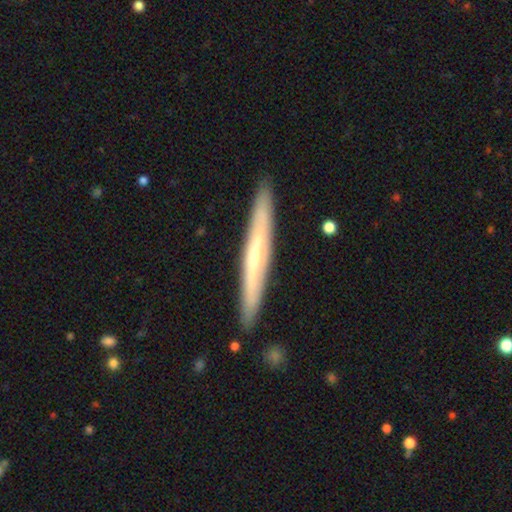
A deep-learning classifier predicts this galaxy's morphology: A featured or disk galaxy (58%) viewed edge-on (92%) with a rounded central bulge (48%).

Vote fractions:
- Smooth or featured? featured or disk: 58% / smooth: 37% / star or artifact: 5%
- Edge-on disk? yes: 92% / no: 8%
- Edge-on bulge? rounded: 48% / none: 47% / boxy: 5%
- Merging? none: 90% / minor disturbance: 7% / major disturbance: 1% / merger: 1%